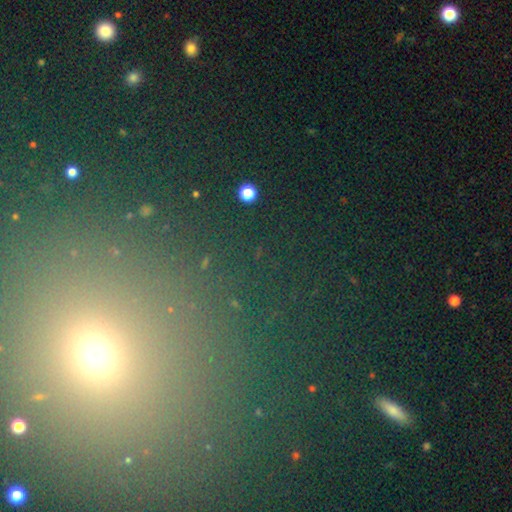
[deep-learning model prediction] Smooth or featured? star or artifact (54%)